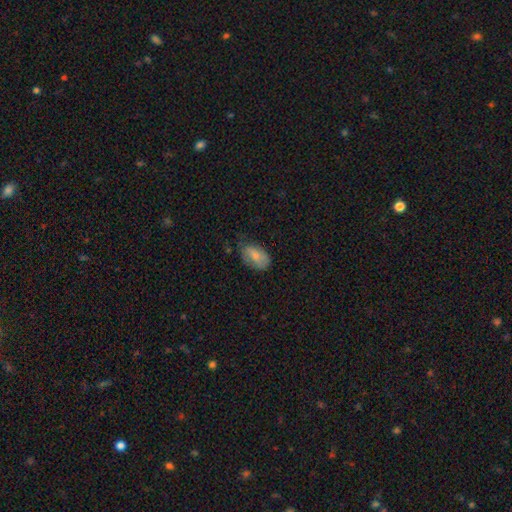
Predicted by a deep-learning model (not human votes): Overall: smooth (77%). How rounded: in between (91%). Merging: none (49%; minor disturbance 37%).